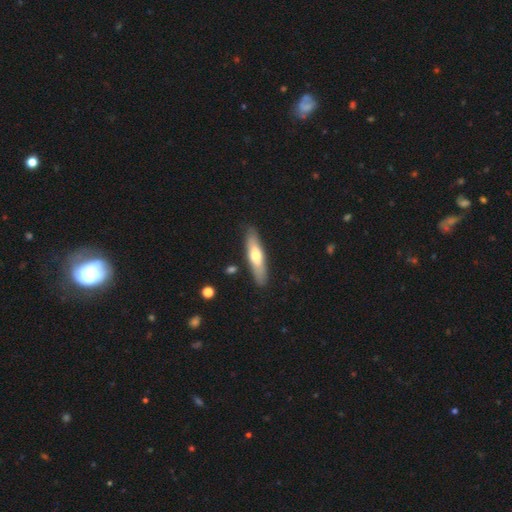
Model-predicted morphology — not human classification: smooth_or_featured: smooth (p=0.56) [alt: featured or disk p=0.38]
how_rounded: cigar-shaped (p=0.73) [alt: in between p=0.25]
merging: none (p=0.85) [alt: minor disturbance p=0.11]